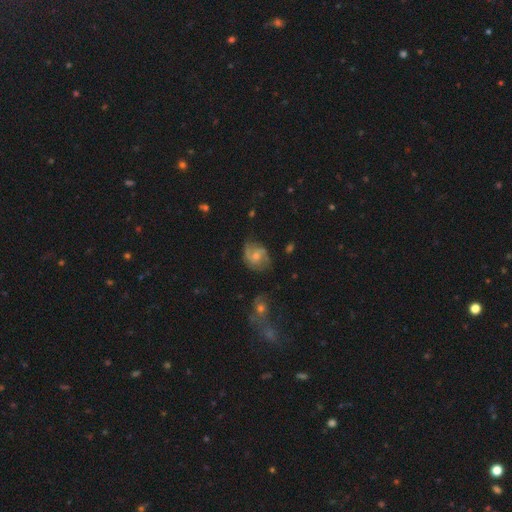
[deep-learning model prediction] Smooth or featured?
  - featured or disk: 68% *
  - smooth: 24%
  - star or artifact: 9%
Edge-on disk?
  - no: 97% *
  - yes: 3%
Bar?
  - no: 57% *
  - weak: 37%
  - strong: 6%
Spiral arms?
  - yes: 91% *
  - no: 9%
Spiral winding?
  - medium: 49% *
  - loose: 26%
  - tight: 26%
Spiral arm count?
  - 2: 68% *
  - can't tell: 15%
  - 3: 8%
  - 1: 5%
  - 4: 2%
  - more than 4: 2%
Bulge size?
  - moderate: 46% *
  - small: 45%
  - none: 5%
  - large: 3%
  - dominant: 1%
Merging?
  - none: 65% *
  - minor disturbance: 23%
  - major disturbance: 10%
  - merger: 2%